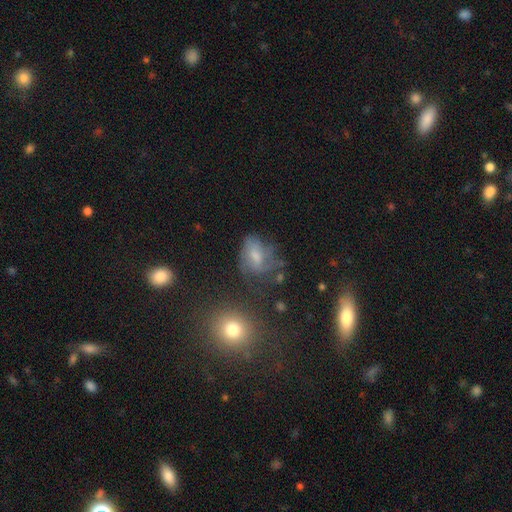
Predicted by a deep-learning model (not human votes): A smooth galaxy with no disk features (49%). Merging: none (38%).